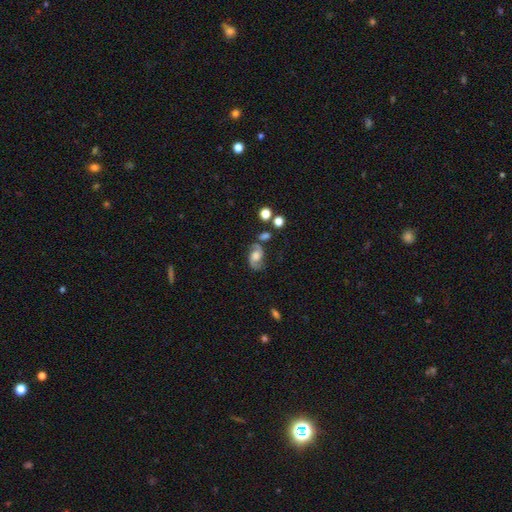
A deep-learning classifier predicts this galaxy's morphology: A featured or disk galaxy (71%) with no bar (64%), 2 (90%) medium (47%) spiral arms (92%) and a moderate central bulge (42%).

Vote fractions:
- Smooth or featured? featured or disk: 71% / smooth: 20% / star or artifact: 9%
- Edge-on disk? no: 97% / yes: 3%
- Bar? no: 64% / weak: 30% / strong: 6%
- Spiral arms? yes: 92% / no: 8%
- Spiral winding? medium: 47% / loose: 37% / tight: 16%
- Spiral arm count? 2: 90% / can't tell: 4% / 1: 3% / 3: 1% / 4: 1% / more than 4: 1%
- Bulge size? moderate: 42% / large: 30% / small: 14% / none: 10% / dominant: 3%
- Merging? none: 63% / minor disturbance: 20% / major disturbance: 9% / merger: 8%